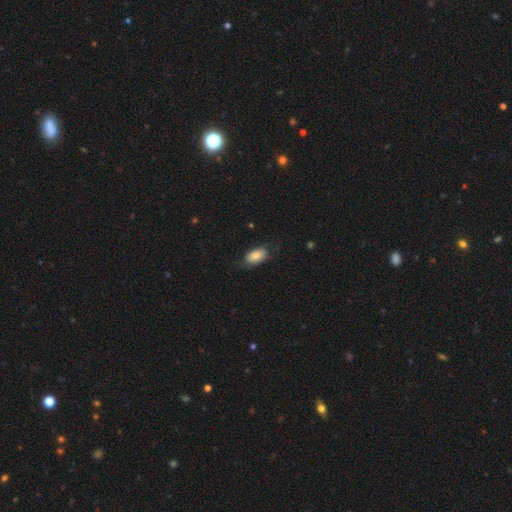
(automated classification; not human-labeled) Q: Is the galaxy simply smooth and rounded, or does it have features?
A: smooth — 78%.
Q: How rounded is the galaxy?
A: in between — 91%.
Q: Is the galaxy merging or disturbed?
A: none — 63%.